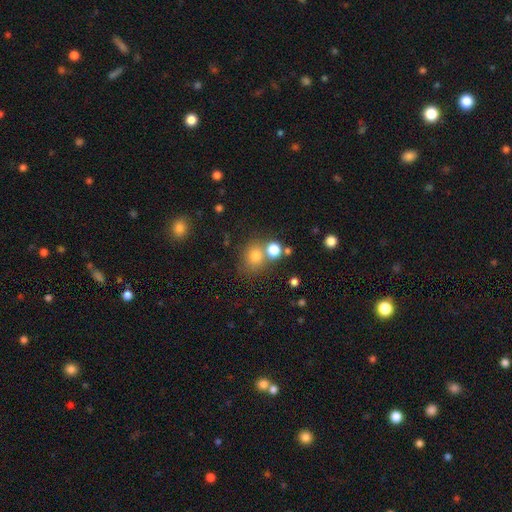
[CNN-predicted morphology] The model was most divided on "merging": none: 59%, merger: 26%, minor disturbance: 11%, major disturbance: 5%. More confident: smooth or featured — smooth (76%); how rounded — round (71%).